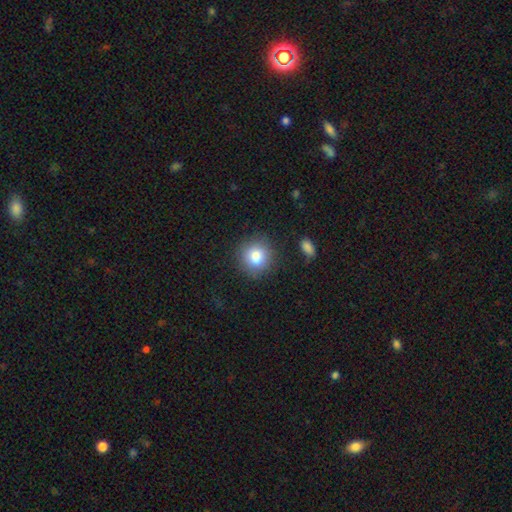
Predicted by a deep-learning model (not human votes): smooth-or-featured: smooth: 83% | star or artifact: 9% | featured or disk: 8%
  how-rounded: round: 89% | in between: 10% | cigar-shaped: 1%
  merging: none: 85% | minor disturbance: 9% | major disturbance: 3% | merger: 2%